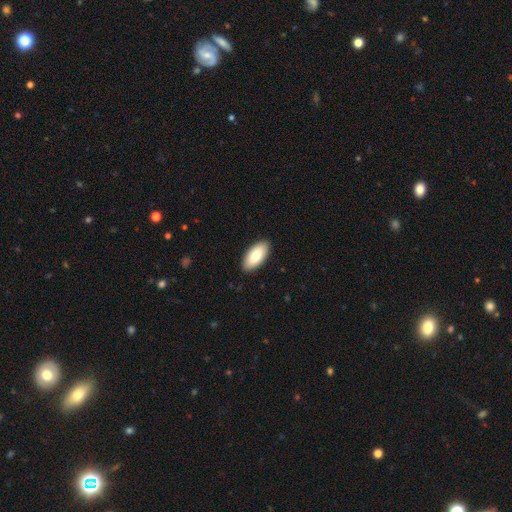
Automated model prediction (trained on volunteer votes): Smooth or featured? Predicted: smooth (p=0.80). How rounded? Predicted: in between (p=0.93). Merging? Predicted: none (p=0.90).